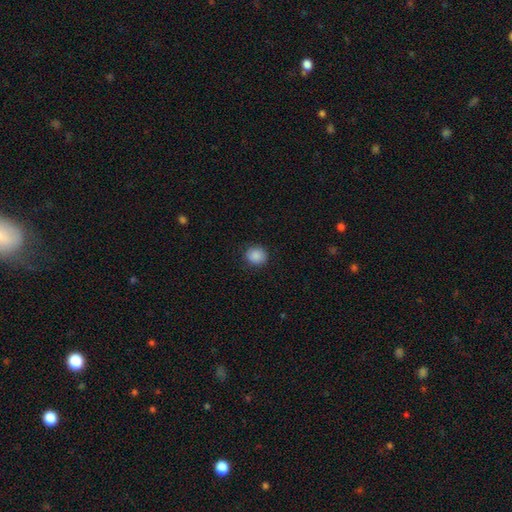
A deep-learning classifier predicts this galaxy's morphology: Smooth or featured? Predicted: smooth (p=0.88). How rounded? Predicted: round (p=0.81). Merging? Predicted: none (p=0.87).